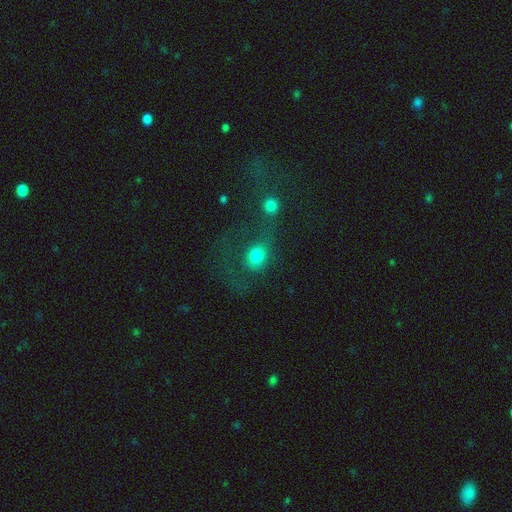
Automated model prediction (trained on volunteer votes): Q: Smooth or featured?
A: smooth (70%); runner-up: featured or disk (15%)
Q: How rounded?
A: round (66%); runner-up: in between (32%)
Q: Merging?
A: merger (33%); runner-up: none (31%)